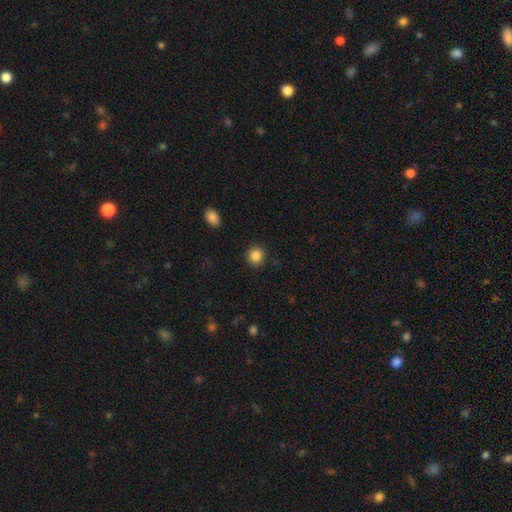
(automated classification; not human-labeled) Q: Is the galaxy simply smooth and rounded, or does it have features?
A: smooth — 87%.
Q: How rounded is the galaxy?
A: round — 91%.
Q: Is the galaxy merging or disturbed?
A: none — 91%.